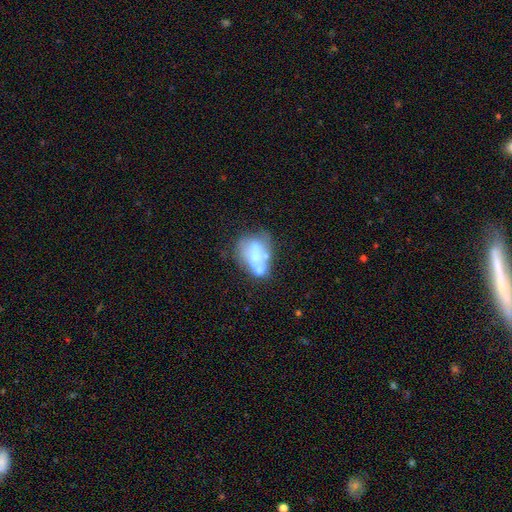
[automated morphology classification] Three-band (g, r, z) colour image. It shows a featured or disk galaxy (50%). Merging: merger (42%).